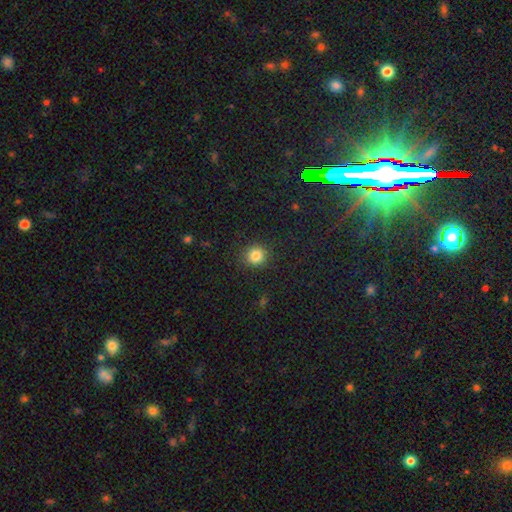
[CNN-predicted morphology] This appears to be a smooth galaxy with no disk features (84%) that is round (90%). Merging: none (89%).